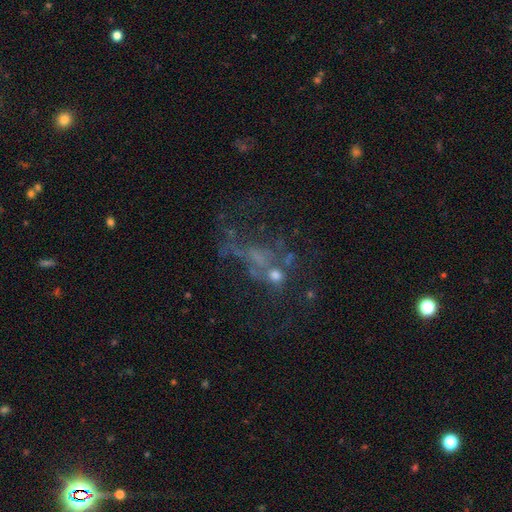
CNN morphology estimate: Overall: featured or disk (47%; star or artifact 29%). Merging: major disturbance (37%; none 36%).